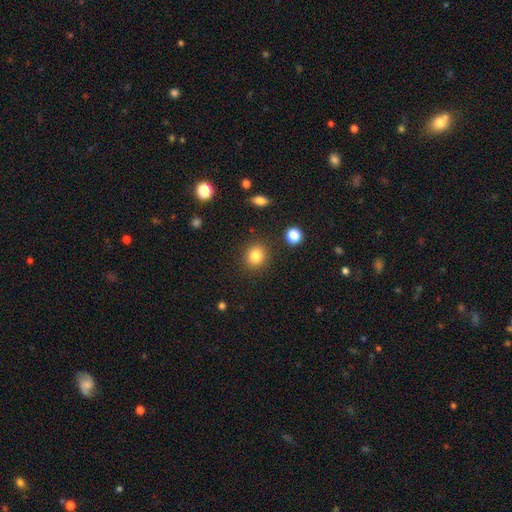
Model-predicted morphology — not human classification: Smooth or featured? smooth (82%)
How rounded? round (81%)
Merging? none (88%)